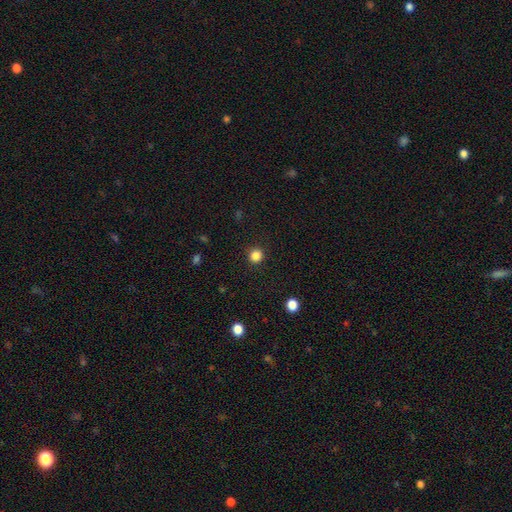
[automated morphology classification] smooth 84%, star or artifact 12%, featured or disk 3%. Down the decision tree: how rounded — round (91%); merging — none (91%).